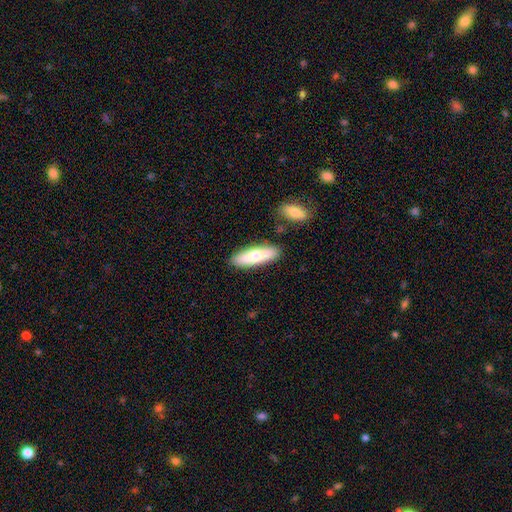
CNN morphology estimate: This is likely a smooth galaxy (68%). How rounded: possibly cigar-shaped (55%). Merging: clearly none (84%).